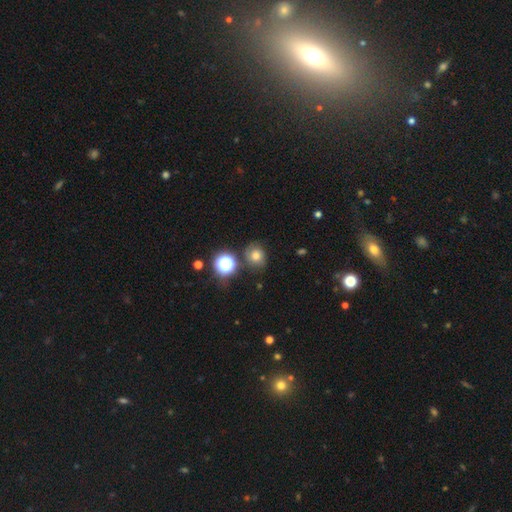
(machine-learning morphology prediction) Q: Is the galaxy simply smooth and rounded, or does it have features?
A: smooth — 62%.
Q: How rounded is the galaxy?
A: round — 72%.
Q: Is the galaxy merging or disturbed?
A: none — 71%.